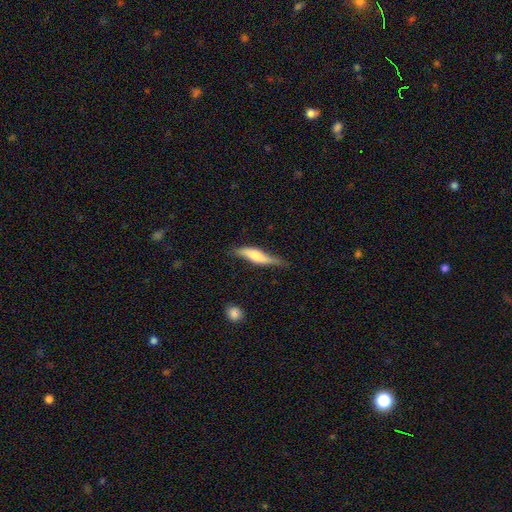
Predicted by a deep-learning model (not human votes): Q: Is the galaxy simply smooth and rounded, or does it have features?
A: smooth — 57%.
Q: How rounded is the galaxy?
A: cigar-shaped — 75%.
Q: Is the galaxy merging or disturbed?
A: none — 57%.